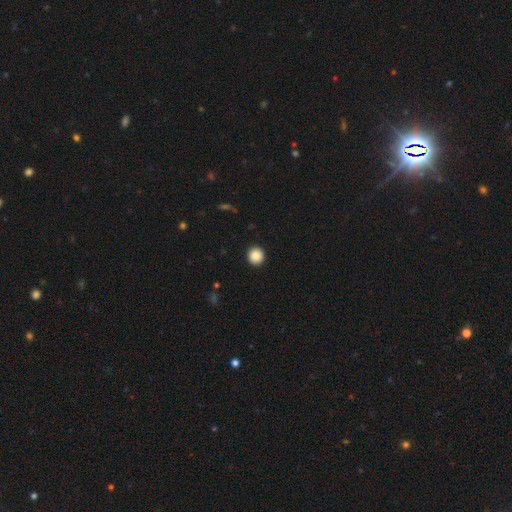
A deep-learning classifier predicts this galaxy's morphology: Smooth or featured? smooth (89%)
How rounded? round (95%)
Merging? none (93%)